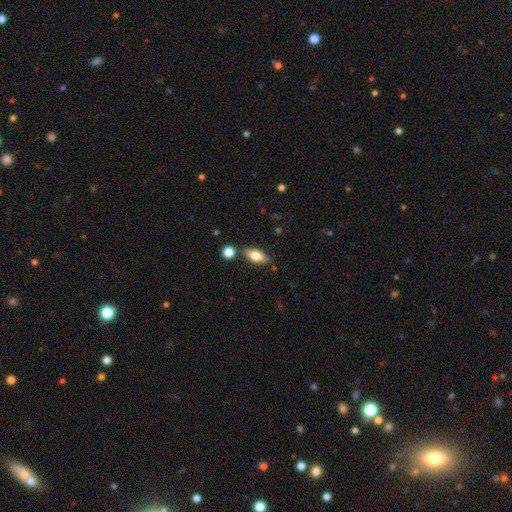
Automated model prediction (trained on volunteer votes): Smooth or featured?
  - smooth: 61% *
  - featured or disk: 31%
  - star or artifact: 7%
How rounded?
  - in between: 74% *
  - cigar-shaped: 22%
  - round: 4%
Merging?
  - none: 81% *
  - minor disturbance: 11%
  - merger: 6%
  - major disturbance: 3%